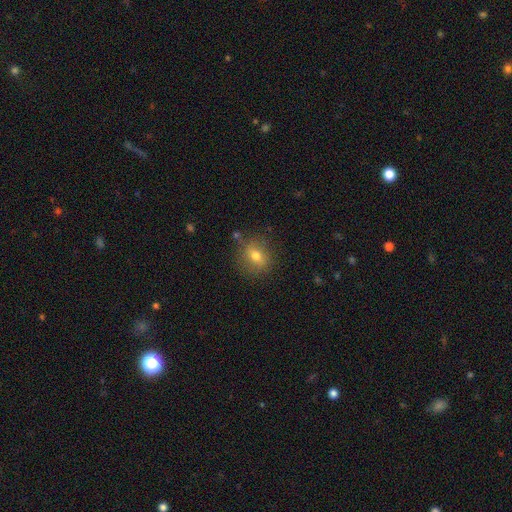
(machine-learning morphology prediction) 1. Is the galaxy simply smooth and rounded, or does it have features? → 69% smooth, 19% featured or disk, 12% star or artifact.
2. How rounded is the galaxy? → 65% round, 33% in between, 2% cigar-shaped.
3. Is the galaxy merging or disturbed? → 82% none, 12% minor disturbance, 4% major disturbance, 3% merger.